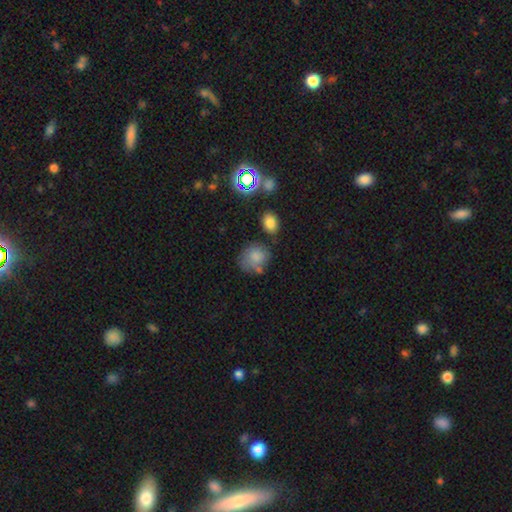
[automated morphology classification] Overall: smooth (76%). How rounded: round (68%; in between 31%). Merging: none (51%; minor disturbance 25%).